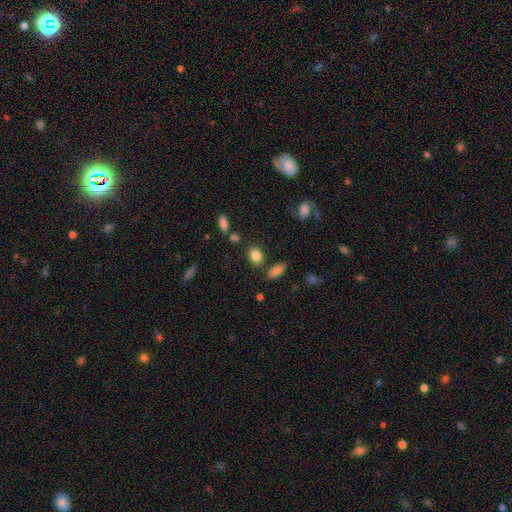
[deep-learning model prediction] Smooth or featured: smooth — 84% (star or artifact — 10%)
How rounded: in between — 64% (round — 34%)
Merging: none — 78% (minor disturbance — 11%)